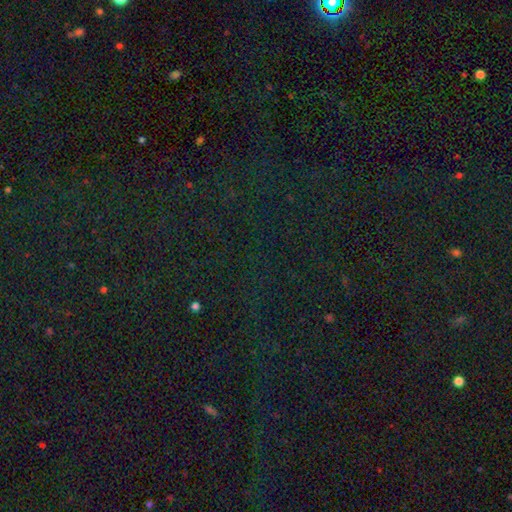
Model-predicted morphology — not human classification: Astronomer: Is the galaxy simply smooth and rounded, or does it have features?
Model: star or artifact — 82%.